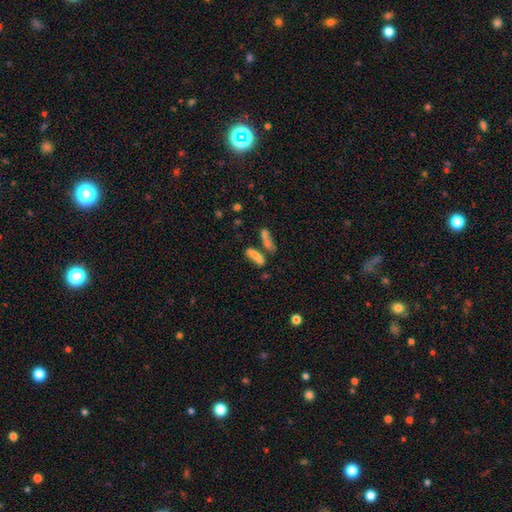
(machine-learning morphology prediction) smooth_or_featured: smooth (p=0.66) [alt: featured or disk p=0.22]
how_rounded: cigar-shaped (p=0.60) [alt: in between p=0.37]
merging: none (p=0.39) [alt: merger p=0.36]